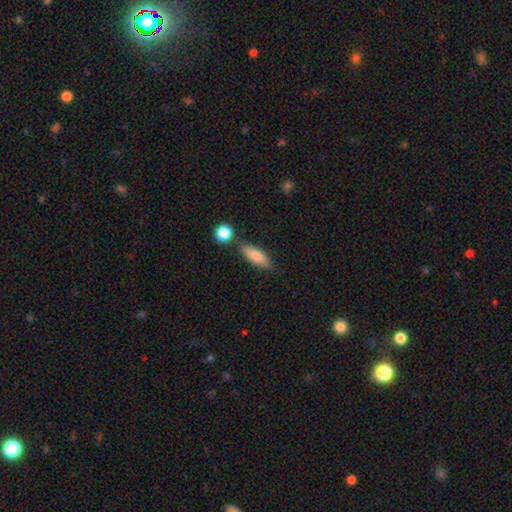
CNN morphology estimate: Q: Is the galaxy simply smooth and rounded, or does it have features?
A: smooth — 81%.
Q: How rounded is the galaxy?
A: in between — 64%.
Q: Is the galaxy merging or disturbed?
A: none — 74%.